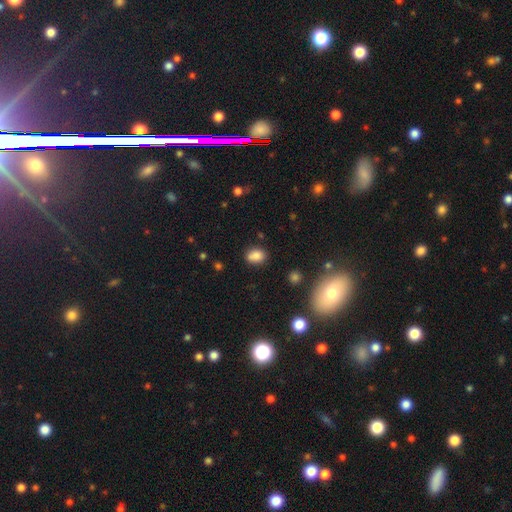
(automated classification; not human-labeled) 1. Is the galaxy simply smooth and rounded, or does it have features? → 82% smooth, 11% star or artifact, 7% featured or disk.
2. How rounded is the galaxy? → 62% in between, 36% round, 1% cigar-shaped.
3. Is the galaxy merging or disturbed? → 73% none, 15% minor disturbance, 8% merger, 4% major disturbance.